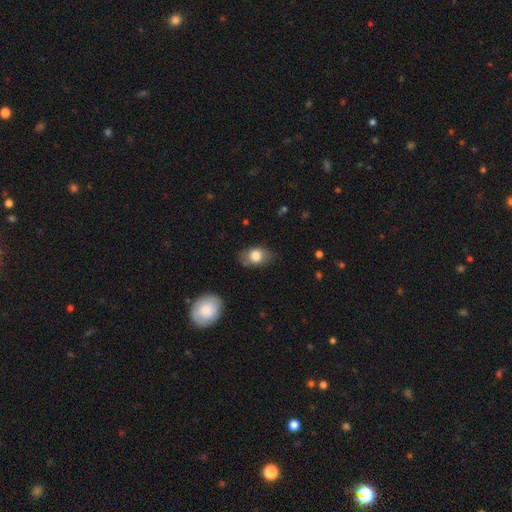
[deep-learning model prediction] The model was most divided on "merging": none: 72%, minor disturbance: 21%, major disturbance: 6%, merger: 1%. More confident: smooth or featured — smooth (77%); how rounded — in between (75%).